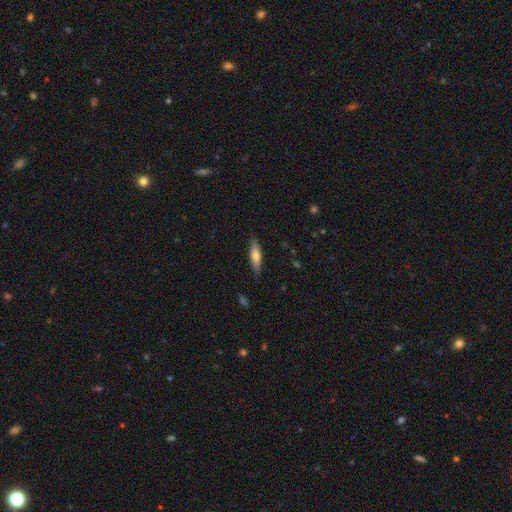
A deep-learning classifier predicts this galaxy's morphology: This appears to be a smooth galaxy with no disk features (62%) that is cigar-shaped (65%). Merging: none (85%).